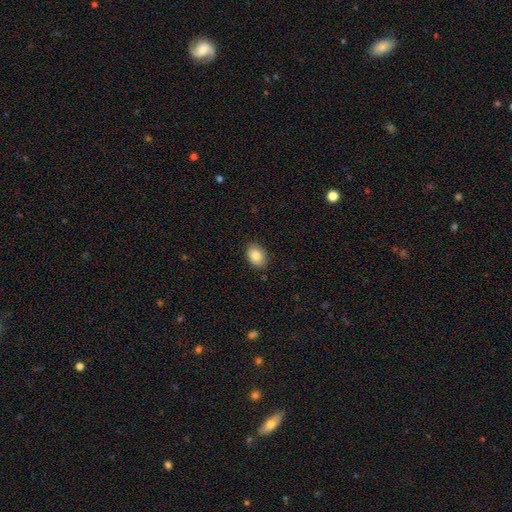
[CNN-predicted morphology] This appears to be a smooth galaxy with no disk features (86%) that is in between round and cigar-shaped (77%). Merging: none (86%).